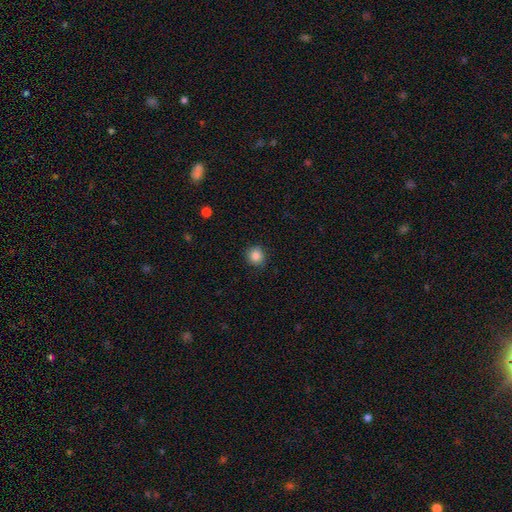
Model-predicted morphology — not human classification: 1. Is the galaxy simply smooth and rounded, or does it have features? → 86% smooth, 10% star or artifact, 4% featured or disk.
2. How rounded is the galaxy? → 91% round, 8% in between, 1% cigar-shaped.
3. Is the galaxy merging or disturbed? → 88% none, 9% minor disturbance, 2% major disturbance, 1% merger.